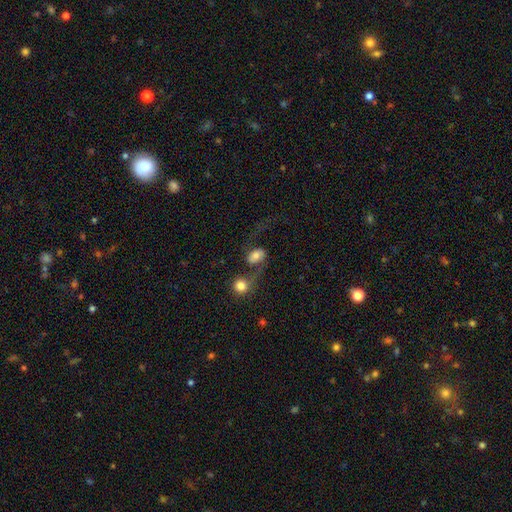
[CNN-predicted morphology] A smooth galaxy with no disk features (47%).

Vote fractions:
- Smooth or featured? smooth: 47% / featured or disk: 44% / star or artifact: 9%
- Merging? merger: 39% / none: 27% / major disturbance: 22% / minor disturbance: 13%